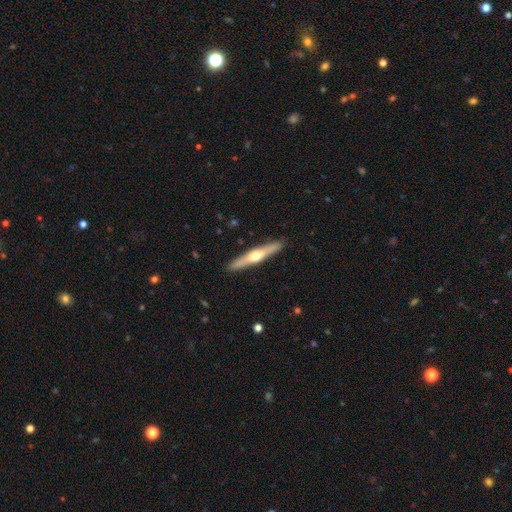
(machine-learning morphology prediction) This appears to be a featured or disk galaxy (60%) viewed edge-on (96%) with a rounded central bulge (91%). Merging: none (91%).